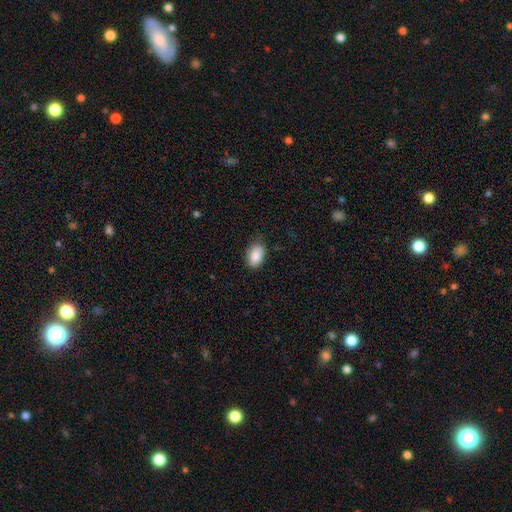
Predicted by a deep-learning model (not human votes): smooth 88%, star or artifact 7%, featured or disk 5%. Down the decision tree: how rounded — in between (89%); merging — none (79%).